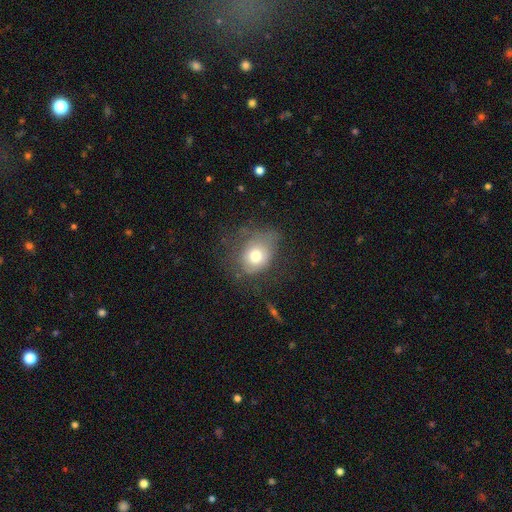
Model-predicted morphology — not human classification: Smooth or featured?
  - smooth: 71% *
  - featured or disk: 18%
  - star or artifact: 11%
How rounded?
  - round: 54% *
  - in between: 45%
  - cigar-shaped: 1%
Merging?
  - none: 48% *
  - minor disturbance: 28%
  - major disturbance: 22%
  - merger: 2%